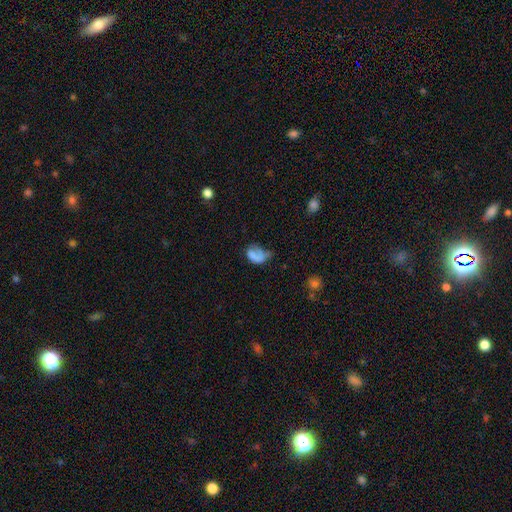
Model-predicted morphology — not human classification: Smooth or featured?
  - smooth: 55% *
  - featured or disk: 33%
  - star or artifact: 12%
How rounded?
  - in between: 79% *
  - round: 20%
  - cigar-shaped: 2%
Merging?
  - major disturbance: 41% *
  - minor disturbance: 26%
  - none: 26%
  - merger: 7%